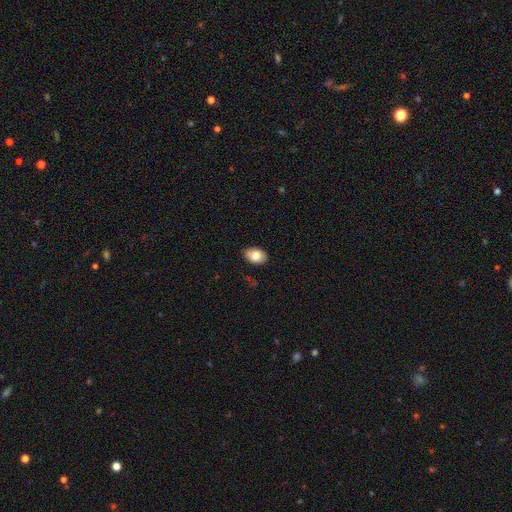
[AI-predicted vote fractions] Q: Smooth or featured?
A: smooth (78%); runner-up: featured or disk (14%)
Q: How rounded?
A: in between (85%); runner-up: round (14%)
Q: Merging?
A: none (87%); runner-up: minor disturbance (10%)